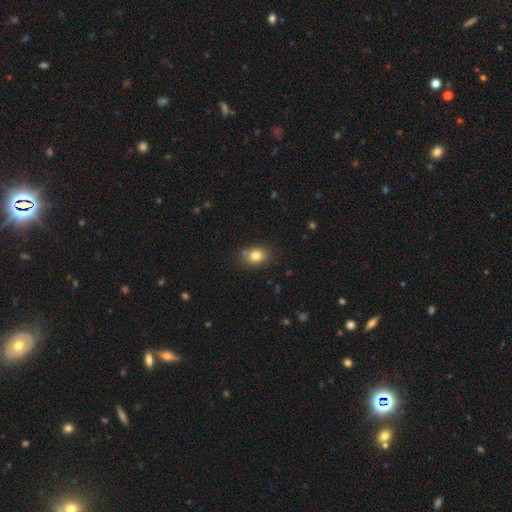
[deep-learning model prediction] Smooth or featured: smooth — 81% (star or artifact — 10%)
How rounded: in between — 57% (round — 42%)
Merging: none — 78% (minor disturbance — 13%)